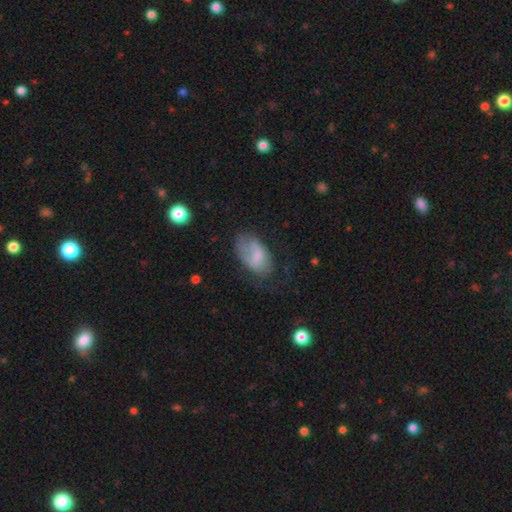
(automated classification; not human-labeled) Smooth or featured? smooth (57%)
How rounded? in between (92%)
Merging? none (41%)